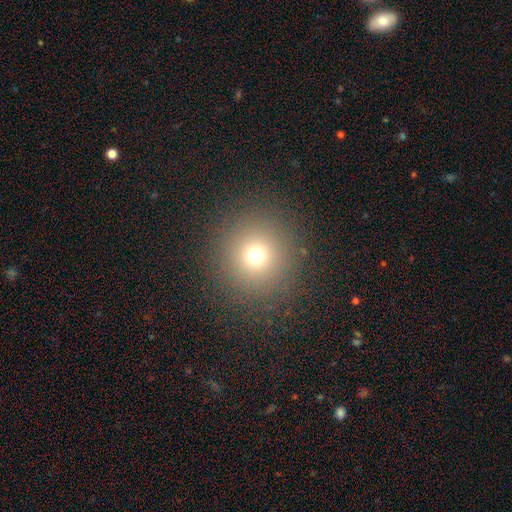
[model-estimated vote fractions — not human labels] Morphology: type=smooth (70%); roundness=round (94%); merging=none (89%).